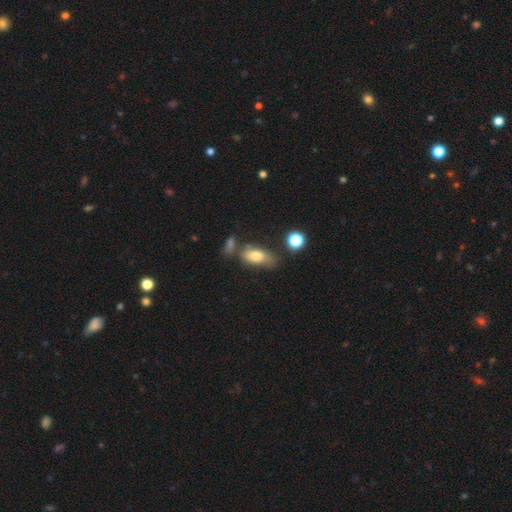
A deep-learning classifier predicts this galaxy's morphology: This is likely a smooth galaxy (75%). How rounded: clearly in between (85%). Merging: possibly none (50%).